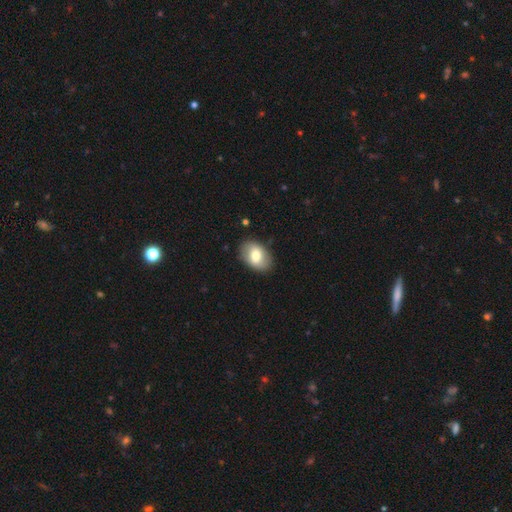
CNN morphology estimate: Smooth or featured?
  - smooth: 65% *
  - featured or disk: 28%
  - star or artifact: 6%
How rounded?
  - in between: 84% *
  - round: 15%
  - cigar-shaped: 1%
Merging?
  - none: 84% *
  - minor disturbance: 12%
  - major disturbance: 3%
  - merger: 1%